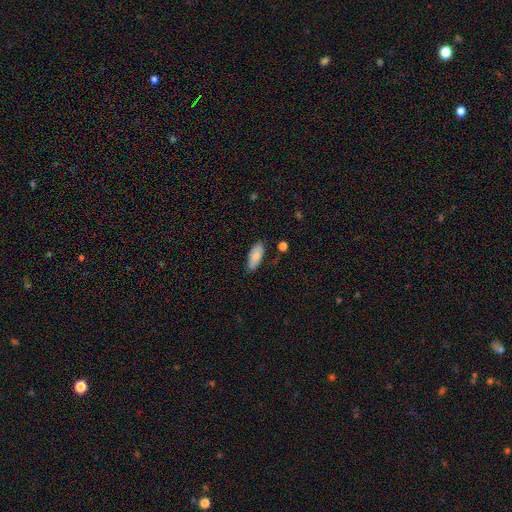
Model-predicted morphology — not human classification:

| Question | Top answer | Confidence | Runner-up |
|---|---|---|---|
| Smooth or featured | smooth | 85% | featured or disk (9%) |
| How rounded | in between | 82% | cigar-shaped (16%) |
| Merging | none | 80% | minor disturbance (15%) |